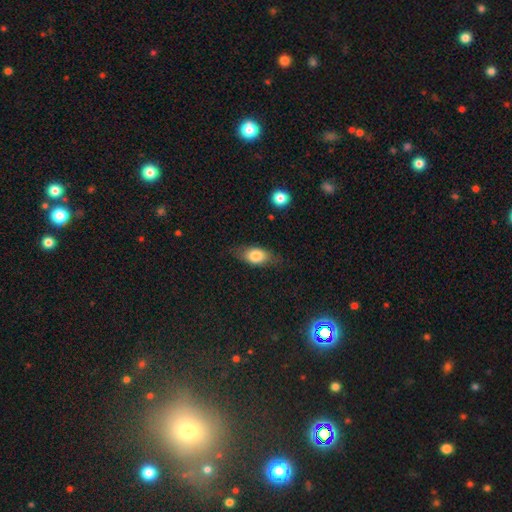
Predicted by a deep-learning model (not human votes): A smooth galaxy with no disk features (77%) that is in between round and cigar-shaped (82%). Merging: none (74%).